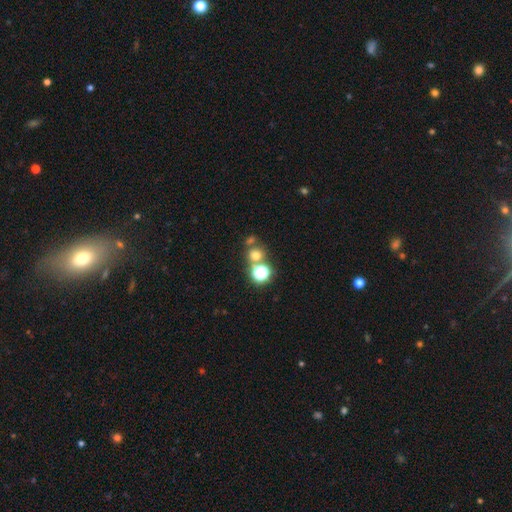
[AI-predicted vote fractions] smooth_or_featured: smooth (p=0.63) [alt: star or artifact p=0.28]
how_rounded: round (p=0.84) [alt: in between p=0.15]
merging: none (p=0.60) [alt: merger p=0.28]